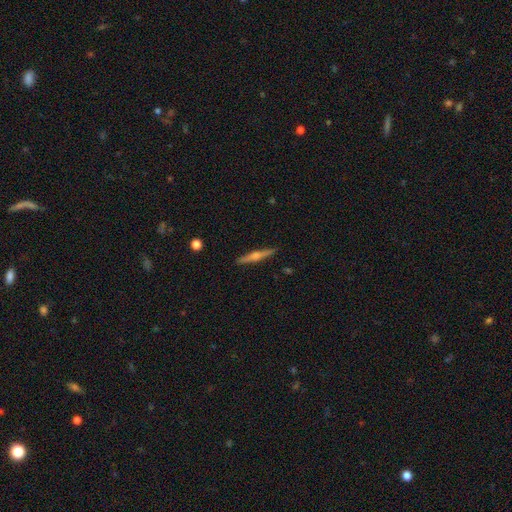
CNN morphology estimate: smooth_or_featured: featured or disk (p=0.69) [alt: smooth p=0.25]
disk_edge_on: yes (p=0.98) [alt: no p=0.02]
edge_on_bulge: rounded (p=0.87) [alt: none p=0.07]
merging: none (p=0.91) [alt: minor disturbance p=0.06]